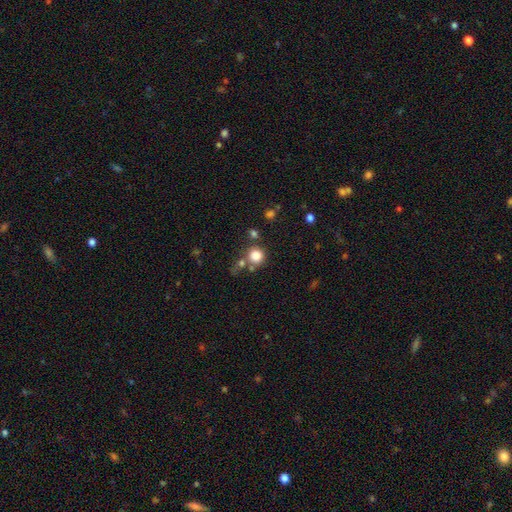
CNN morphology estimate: This appears to be a smooth galaxy with no disk features (82%) that is round (90%). Merging: none (64%).